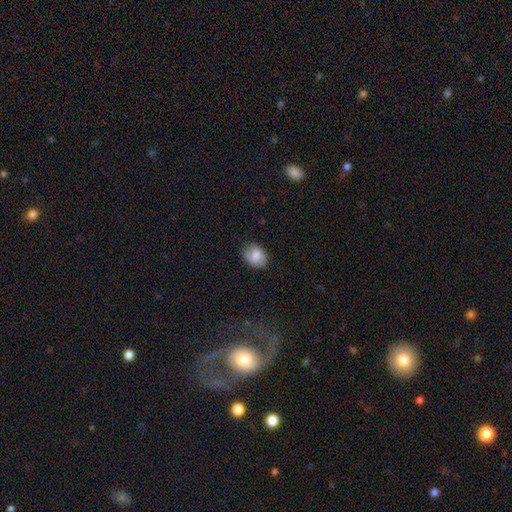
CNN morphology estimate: Smooth or featured? smooth (75%)
How rounded? in between (76%)
Merging? none (75%)